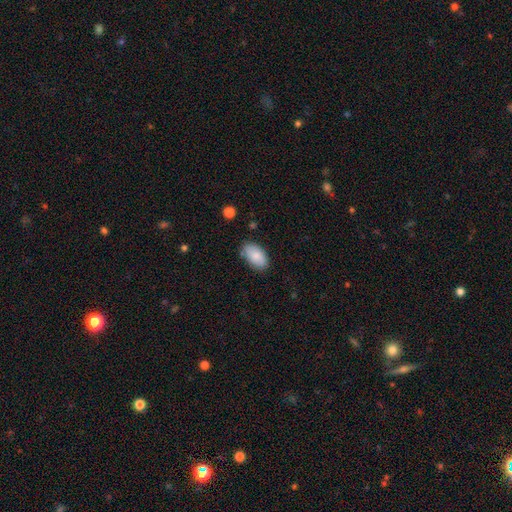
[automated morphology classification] Smooth or featured: smooth — 85% (featured or disk — 9%)
How rounded: in between — 95% (round — 4%)
Merging: none — 79% (minor disturbance — 16%)